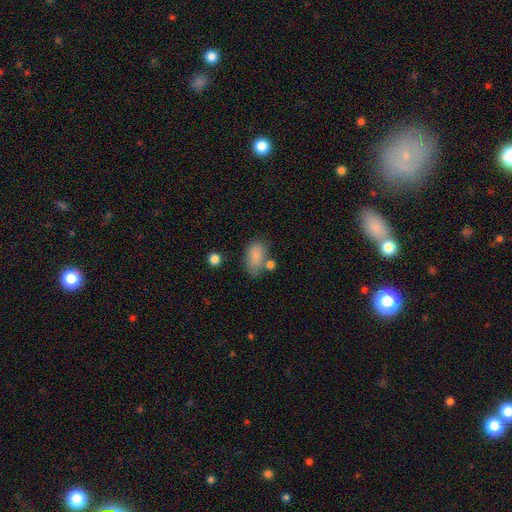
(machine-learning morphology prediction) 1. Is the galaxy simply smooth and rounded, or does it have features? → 82% smooth, 9% featured or disk, 9% star or artifact.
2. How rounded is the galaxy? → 89% in between, 8% round, 3% cigar-shaped.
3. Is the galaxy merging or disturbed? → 53% none, 23% minor disturbance, 16% merger, 8% major disturbance.